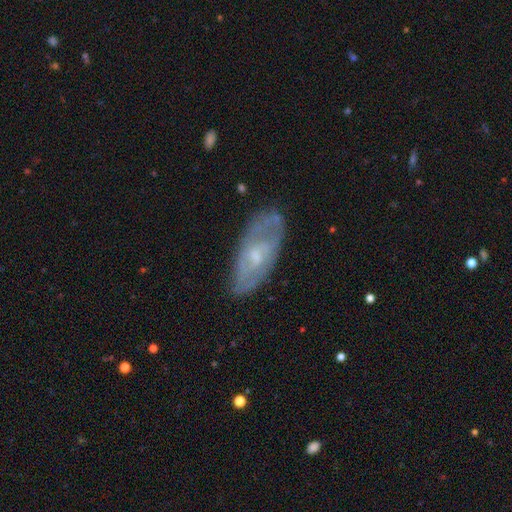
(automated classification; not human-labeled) Morphology: type=featured or disk (61%); edge-on=no (86%); bar=no (61%); spiral arms=yes (53%); bulge=small (51%); merging=none (71%).